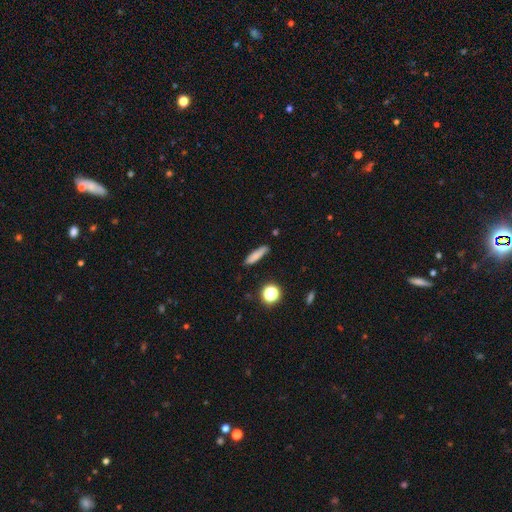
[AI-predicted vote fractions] The model was most divided on "how rounded": cigar-shaped: 79%, in between: 17%, round: 4%. More confident: merging — none (85%); smooth or featured — smooth (78%).